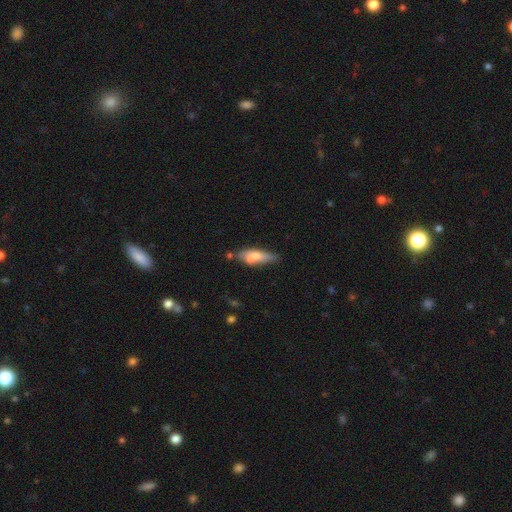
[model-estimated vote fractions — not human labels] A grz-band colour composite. It shows a smooth galaxy with no disk features (64%) that is cigar-shaped (53%). Merging: none (51%).